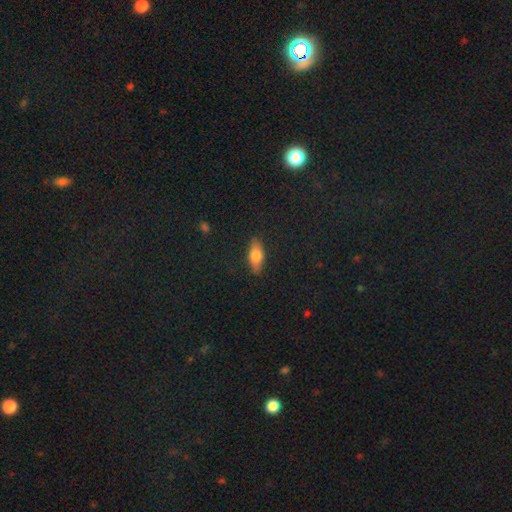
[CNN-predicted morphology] The model was most divided on "smooth or featured": smooth: 71%, featured or disk: 22%, star or artifact: 7%. More confident: merging — none (86%); how rounded — in between (77%).